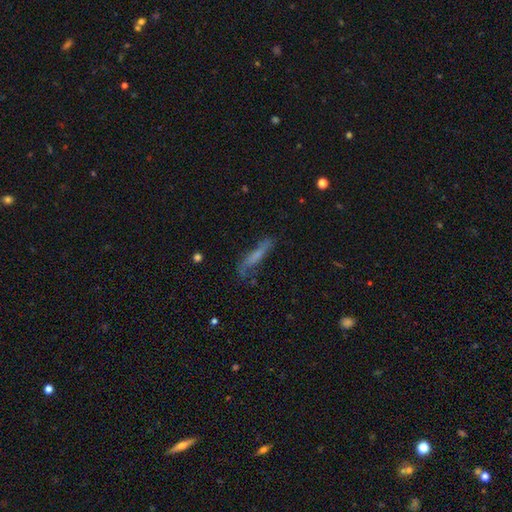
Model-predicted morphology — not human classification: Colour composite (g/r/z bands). It shows a smooth galaxy with no disk features (50%). Merging: none (63%).